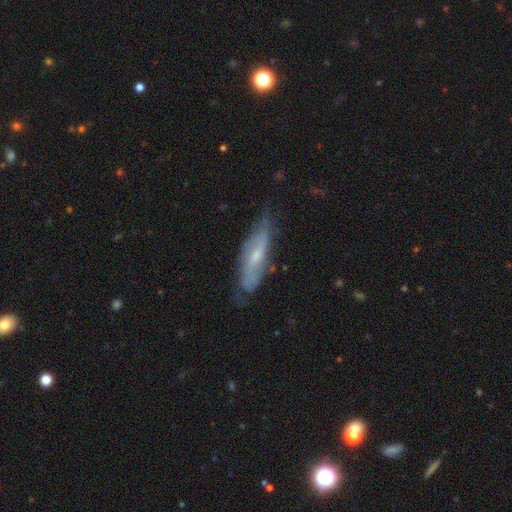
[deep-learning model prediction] featured or disk 61%, smooth 32%, star or artifact 7%. Down the decision tree: edge-on disk — no (62%); merging — none (69%).